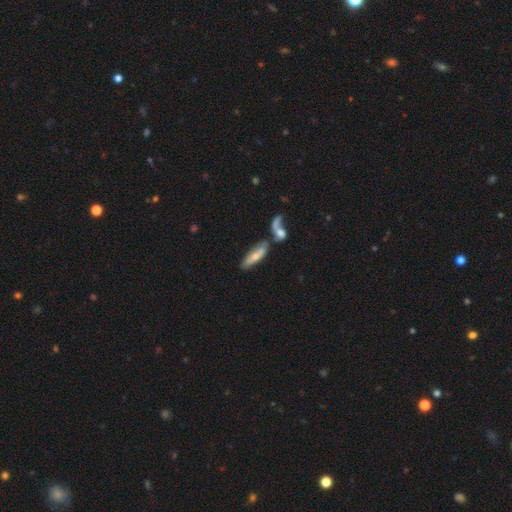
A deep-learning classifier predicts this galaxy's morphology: Smooth or featured? smooth (51%)
How rounded? in between (49%)
Merging? merger (43%)